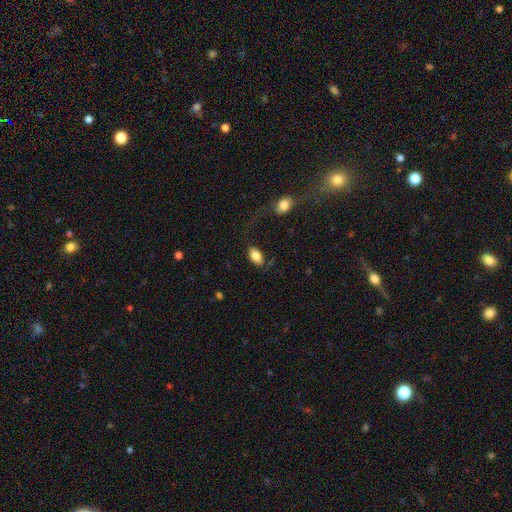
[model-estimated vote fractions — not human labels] smooth 83%, featured or disk 9%, star or artifact 7%. Down the decision tree: how rounded — in between (92%); merging — none (73%).